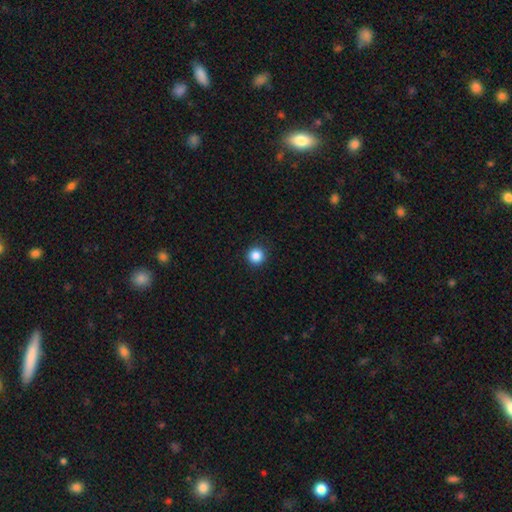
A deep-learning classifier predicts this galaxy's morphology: Overall: smooth (86%). How rounded: round (95%). Merging: none (92%).